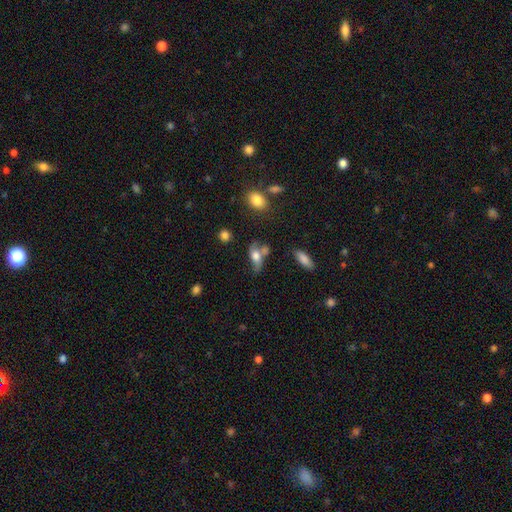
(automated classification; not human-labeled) smooth-or-featured: smooth: 54% | featured or disk: 36% | star or artifact: 10%
  how-rounded: in between: 76% | cigar-shaped: 12% | round: 12%
  merging: none: 41% | minor disturbance: 23% | merger: 22% | major disturbance: 15%